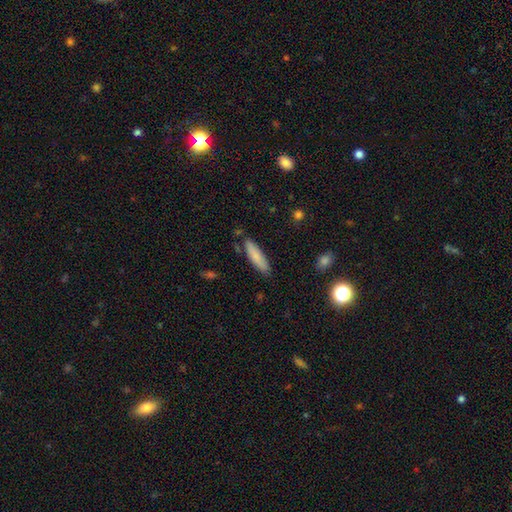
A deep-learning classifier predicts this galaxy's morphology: Smooth or featured: smooth — 81% (featured or disk — 13%)
How rounded: cigar-shaped — 68% (in between — 31%)
Merging: none — 82% (minor disturbance — 13%)